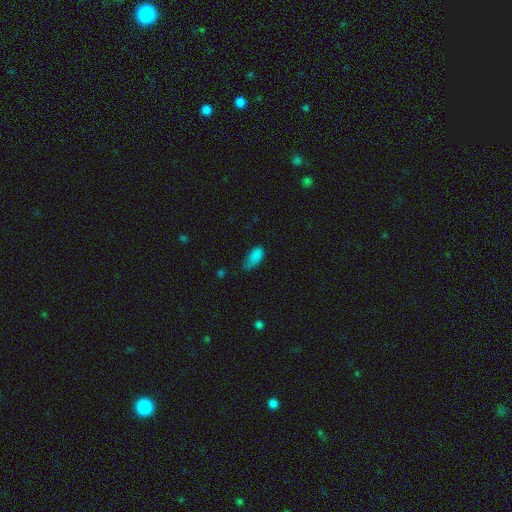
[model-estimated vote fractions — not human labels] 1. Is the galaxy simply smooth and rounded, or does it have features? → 84% smooth, 10% star or artifact, 6% featured or disk.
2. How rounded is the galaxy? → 88% in between, 10% cigar-shaped, 3% round.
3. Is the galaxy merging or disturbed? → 43% none, 41% minor disturbance, 14% major disturbance, 3% merger.